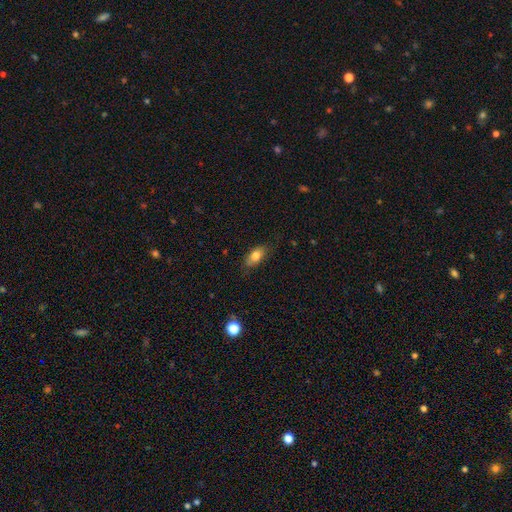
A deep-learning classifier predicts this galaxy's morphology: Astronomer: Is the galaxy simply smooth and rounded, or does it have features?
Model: smooth — 79%.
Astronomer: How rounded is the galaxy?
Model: in between — 86%.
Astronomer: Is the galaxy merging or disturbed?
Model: none — 78%.